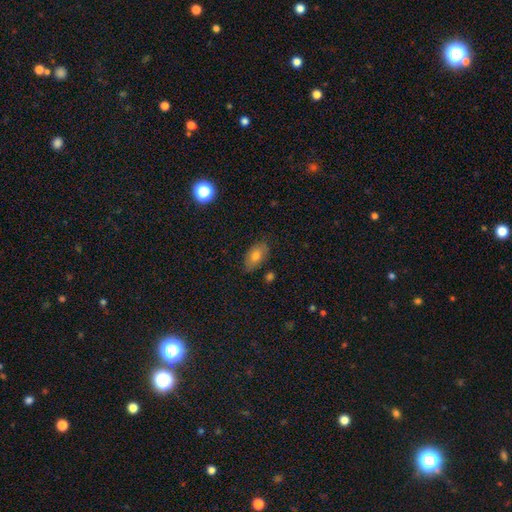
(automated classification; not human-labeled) A smooth galaxy with no disk features (73%) that is in between round and cigar-shaped (89%).

Vote fractions:
- Smooth or featured? smooth: 73% / featured or disk: 16% / star or artifact: 11%
- How rounded? in between: 89% / round: 7% / cigar-shaped: 4%
- Merging? none: 81% / minor disturbance: 14% / major disturbance: 3% / merger: 2%